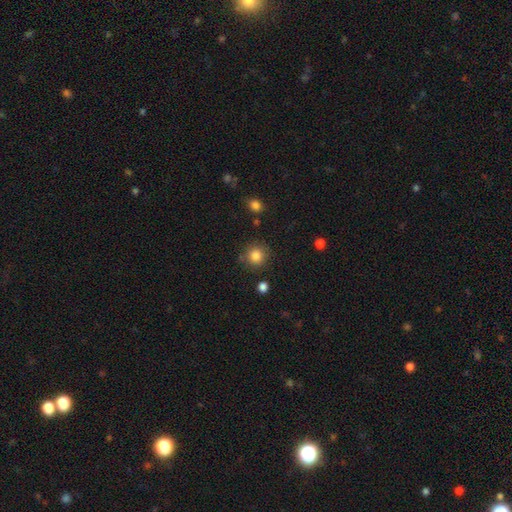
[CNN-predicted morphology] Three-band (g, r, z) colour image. It shows a smooth galaxy with no disk features (84%) that is round (91%). Merging: none (82%).